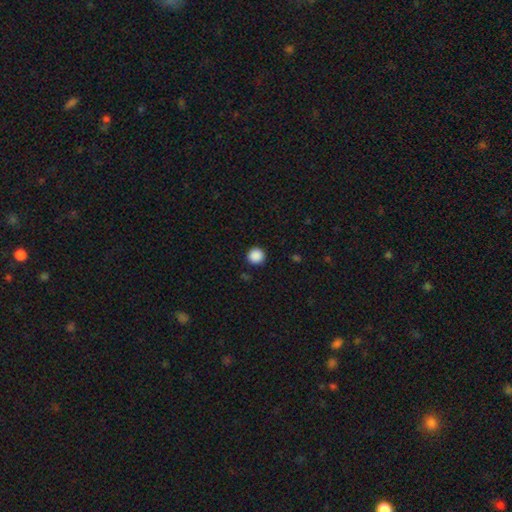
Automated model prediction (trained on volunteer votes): This is clearly a smooth galaxy (89%). How rounded: clearly round (95%). Merging: clearly none (92%).